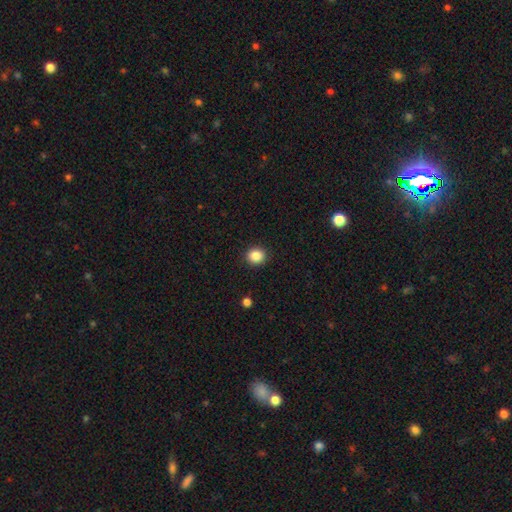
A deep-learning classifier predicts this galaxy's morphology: Overall: smooth (86%). How rounded: round (84%). Merging: none (92%).